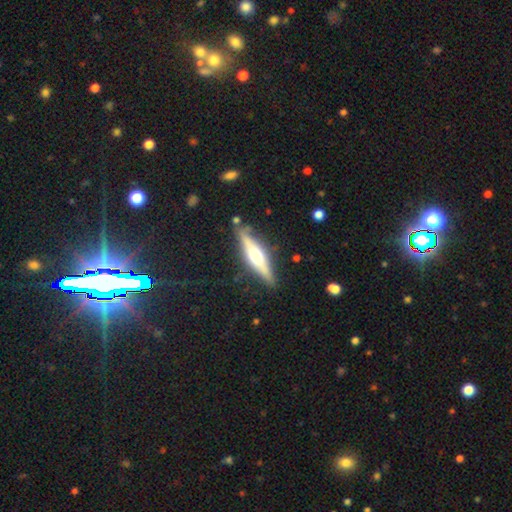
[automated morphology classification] Overall: featured or disk (62%; smooth 32%). Edge-on disk: yes (92%). Edge-on bulge: rounded (87%). Merging: none (79%).